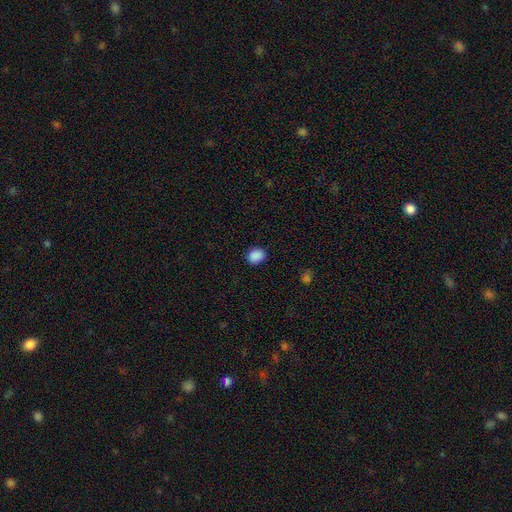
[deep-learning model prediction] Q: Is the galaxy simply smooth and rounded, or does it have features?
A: smooth — 89%.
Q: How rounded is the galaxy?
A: round — 56%.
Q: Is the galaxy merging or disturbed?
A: none — 88%.